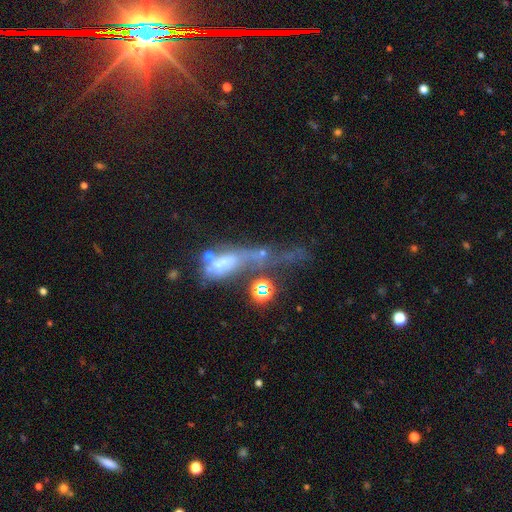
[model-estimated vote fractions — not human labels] Morphology: type=featured or disk (44%); merging=major disturbance (42%).